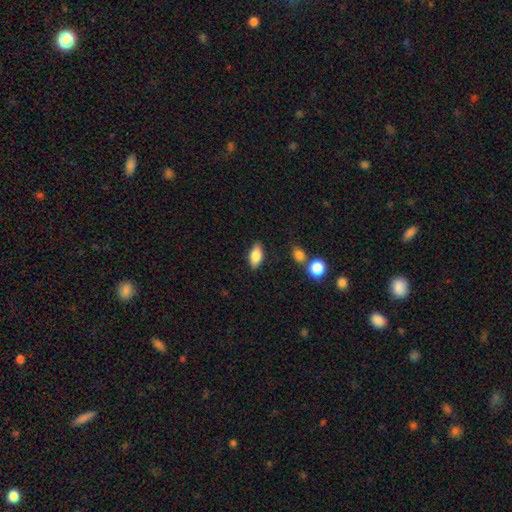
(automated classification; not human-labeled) Smooth or featured?
  - smooth: 82% *
  - featured or disk: 11%
  - star or artifact: 8%
How rounded?
  - in between: 87% *
  - cigar-shaped: 9%
  - round: 4%
Merging?
  - none: 84% *
  - minor disturbance: 10%
  - merger: 3%
  - major disturbance: 3%